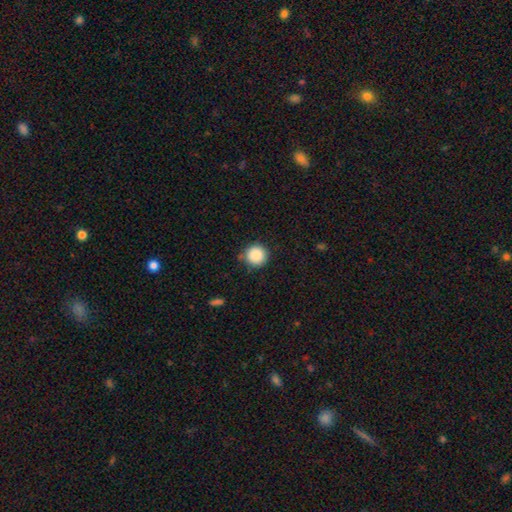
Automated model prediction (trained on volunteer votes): Smooth or featured? smooth (88%)
How rounded? round (96%)
Merging? none (85%)